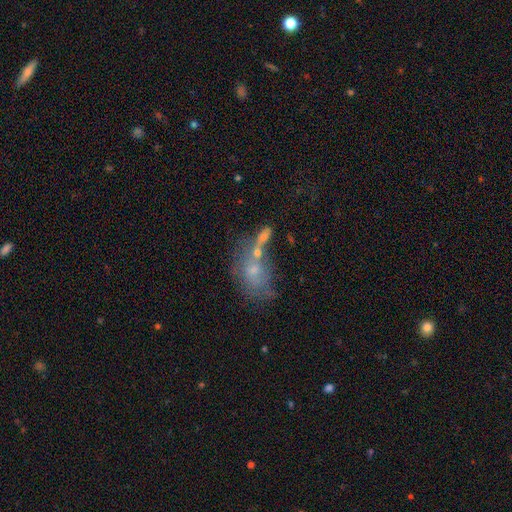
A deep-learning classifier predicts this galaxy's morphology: This is marginally a smooth galaxy (42%). Merging: marginally merger (36%).